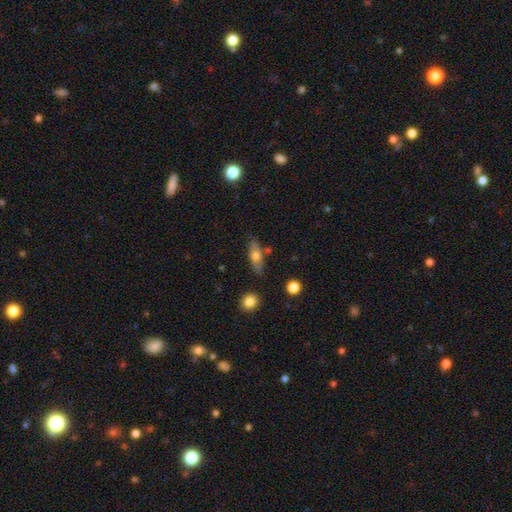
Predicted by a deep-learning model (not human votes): The model was most divided on "how rounded": in between: 62%, cigar-shaped: 33%, round: 5%. More confident: merging — none (75%); smooth or featured — smooth (61%).